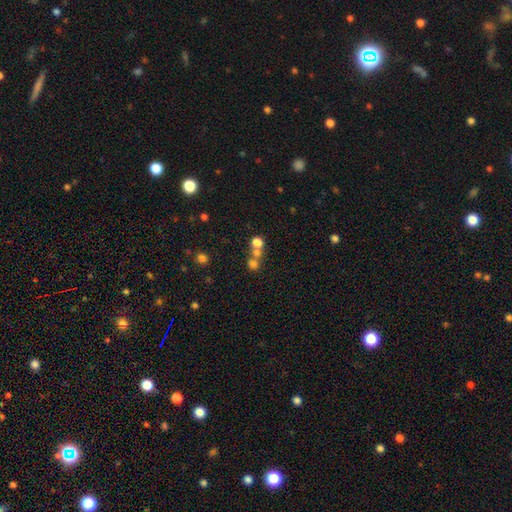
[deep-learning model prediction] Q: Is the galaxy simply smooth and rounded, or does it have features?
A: smooth — 53%.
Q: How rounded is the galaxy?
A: round — 85%.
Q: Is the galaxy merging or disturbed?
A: none — 50%.